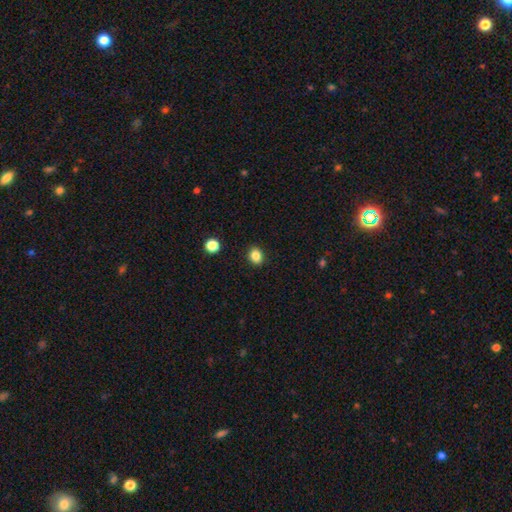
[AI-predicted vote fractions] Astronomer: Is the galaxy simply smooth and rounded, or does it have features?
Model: smooth — 85%.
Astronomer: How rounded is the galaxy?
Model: round — 57% (runner-up: in between, 42%).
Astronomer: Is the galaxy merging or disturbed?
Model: none — 90%.